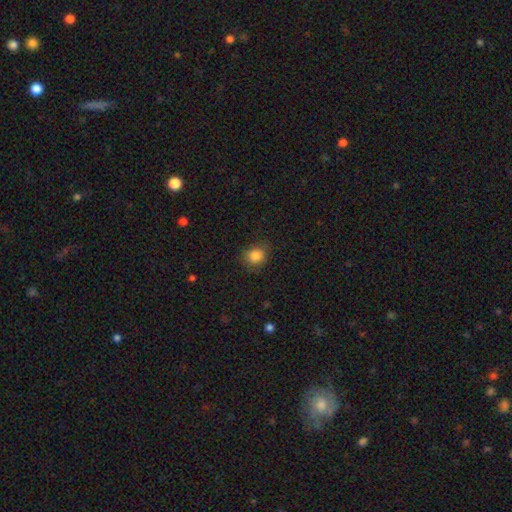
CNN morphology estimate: Q: Smooth or featured?
A: smooth (85%); runner-up: star or artifact (10%)
Q: How rounded?
A: round (74%); runner-up: in between (25%)
Q: Merging?
A: none (79%); runner-up: minor disturbance (16%)